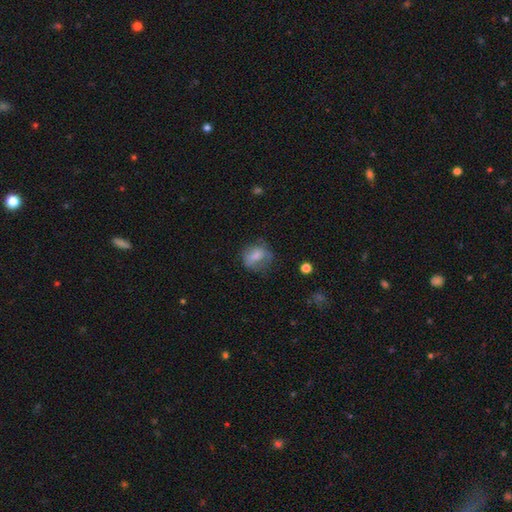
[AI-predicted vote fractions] A smooth galaxy with no disk features (64%) that is round (49%, tied with in between).

Vote fractions:
- Smooth or featured? smooth: 64% / featured or disk: 26% / star or artifact: 10%
- How rounded? round: 49% (tied) / in between: 49% (tied) / cigar-shaped: 2%
- Merging? none: 48% / minor disturbance: 29% / major disturbance: 21% / merger: 2%